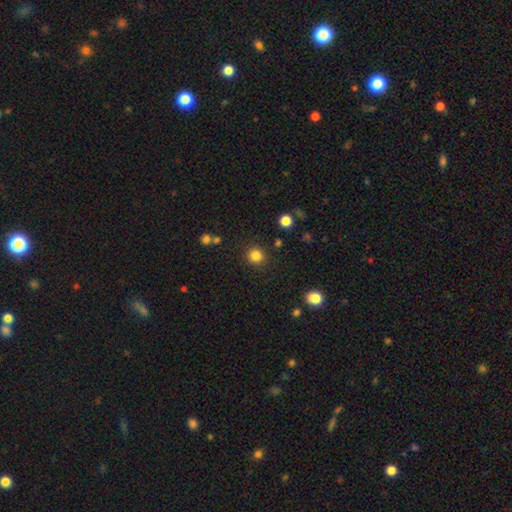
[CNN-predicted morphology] Q: Smooth or featured?
A: smooth (84%); runner-up: star or artifact (12%)
Q: How rounded?
A: round (91%); runner-up: in between (8%)
Q: Merging?
A: none (89%); runner-up: minor disturbance (7%)